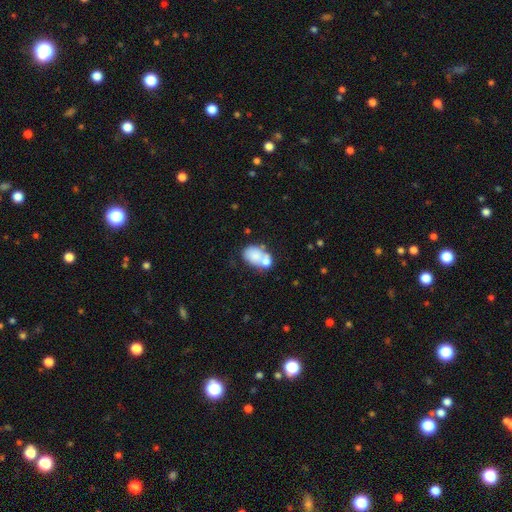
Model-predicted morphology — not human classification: Q: Smooth or featured?
A: smooth (73%); runner-up: featured or disk (18%)
Q: How rounded?
A: in between (77%); runner-up: round (21%)
Q: Merging?
A: merger (47%); runner-up: none (31%)